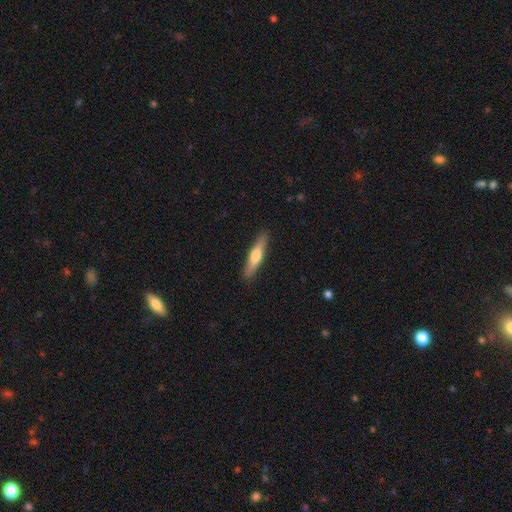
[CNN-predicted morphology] This appears to be a smooth galaxy with no disk features (51%) that is cigar-shaped (84%). Merging: none (90%).